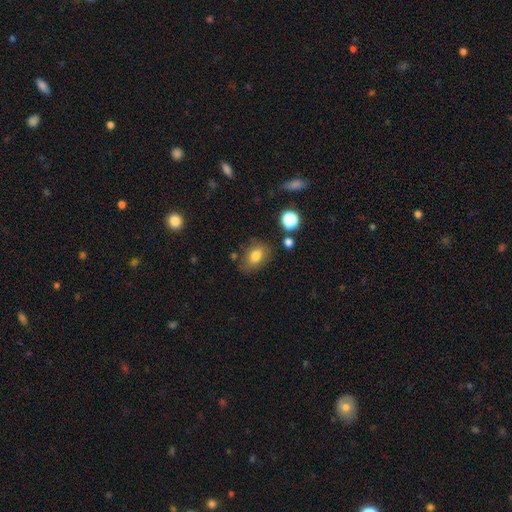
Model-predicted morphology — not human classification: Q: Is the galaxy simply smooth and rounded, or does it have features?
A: smooth — 77%.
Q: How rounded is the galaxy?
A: in between — 74%.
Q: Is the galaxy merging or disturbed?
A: none — 69%.